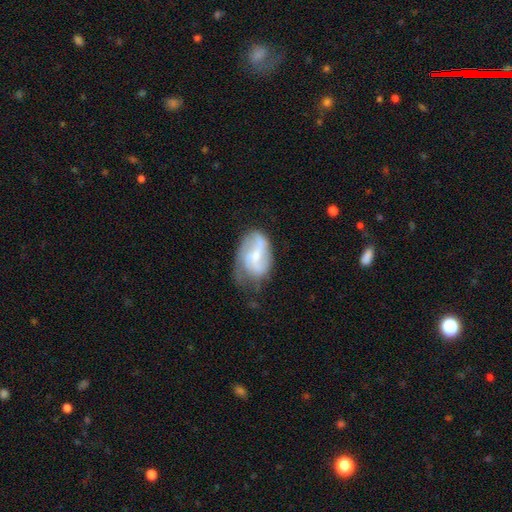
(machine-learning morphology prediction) type=featured or disk (71%); edge-on=no (97%); bar=weak (49%); spiral arms=yes (85%); winding=medium (41%); arm count=2 (56%); bulge=small (51%); merging=none (43%).